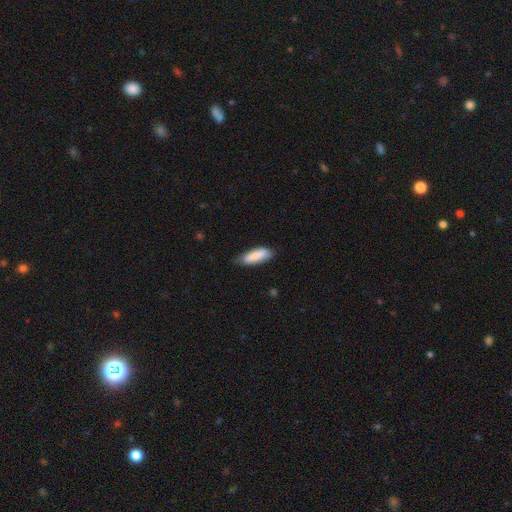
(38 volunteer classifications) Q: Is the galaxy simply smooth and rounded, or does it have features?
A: smooth — 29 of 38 (76%).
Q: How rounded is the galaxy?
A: in between — 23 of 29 (79%).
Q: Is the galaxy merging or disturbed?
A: none — 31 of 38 (82%).